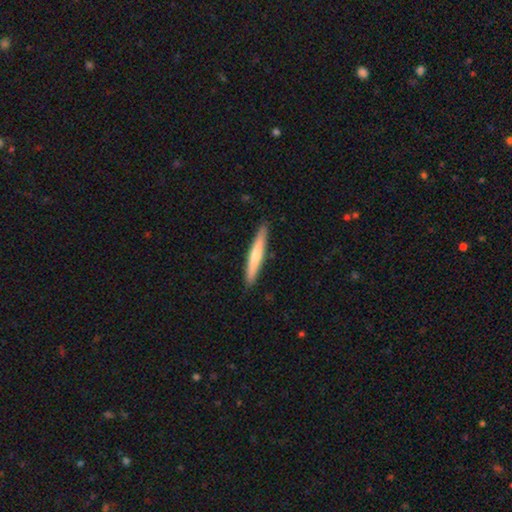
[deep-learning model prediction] Smooth or featured: smooth — 59% (featured or disk — 36%)
How rounded: cigar-shaped — 95% (in between — 4%)
Merging: none — 91% (minor disturbance — 7%)